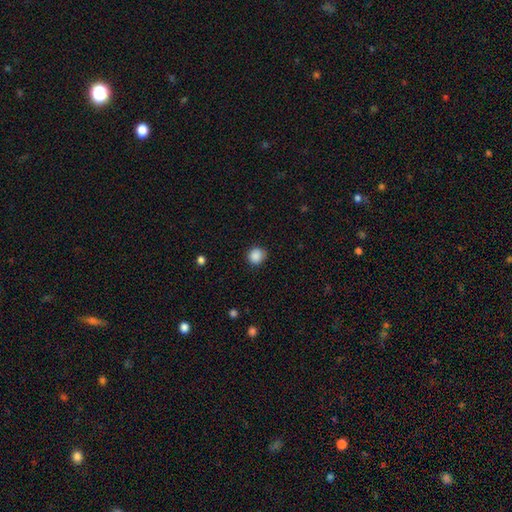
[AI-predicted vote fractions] The model was most divided on "merging": none: 86%, minor disturbance: 10%, major disturbance: 3%, merger: 1%. More confident: how rounded — round (89%); smooth or featured — smooth (88%).